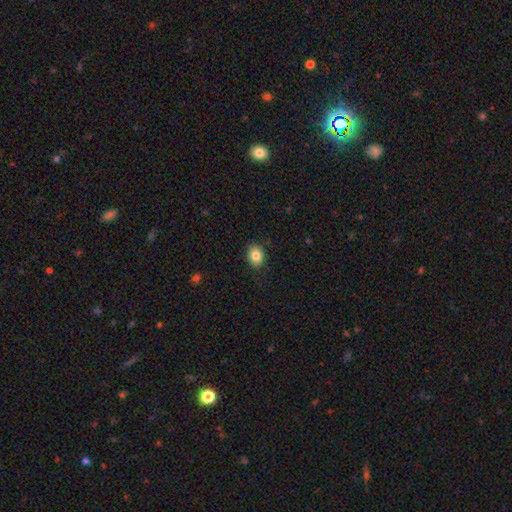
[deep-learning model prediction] Smooth or featured: smooth — 84% (star or artifact — 9%)
How rounded: in between — 58% (round — 41%)
Merging: none — 86% (minor disturbance — 11%)